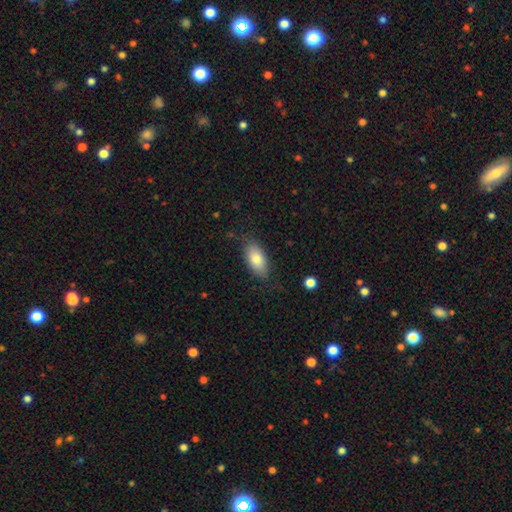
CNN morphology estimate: Q: Smooth or featured?
A: smooth (79%); runner-up: featured or disk (13%)
Q: How rounded?
A: in between (89%); runner-up: cigar-shaped (7%)
Q: Merging?
A: none (80%); runner-up: minor disturbance (15%)